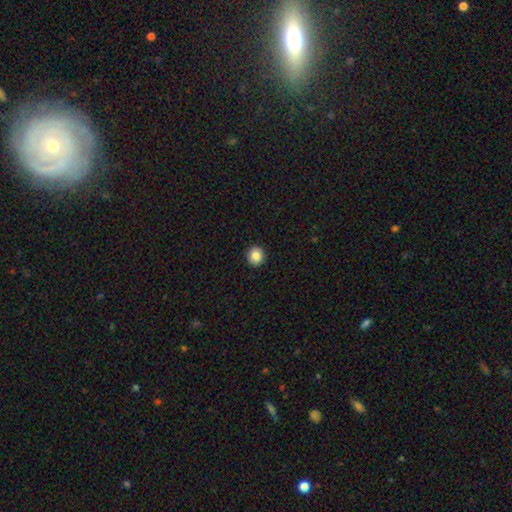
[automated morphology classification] smooth 85%, star or artifact 9%, featured or disk 6%. Down the decision tree: how rounded — round (89%); merging — none (93%).